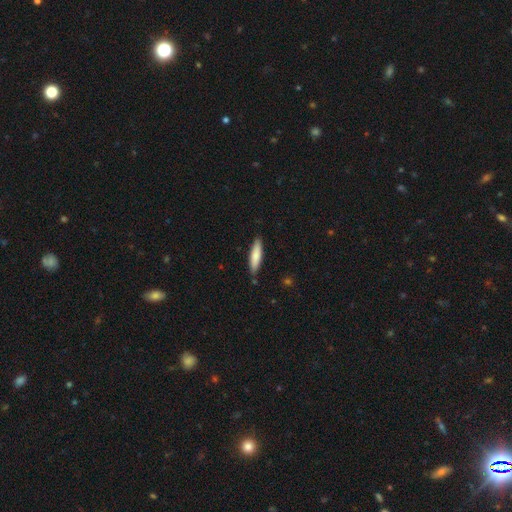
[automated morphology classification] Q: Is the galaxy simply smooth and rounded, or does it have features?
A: smooth — 78%.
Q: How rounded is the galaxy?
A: cigar-shaped — 74%.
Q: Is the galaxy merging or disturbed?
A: none — 86%.